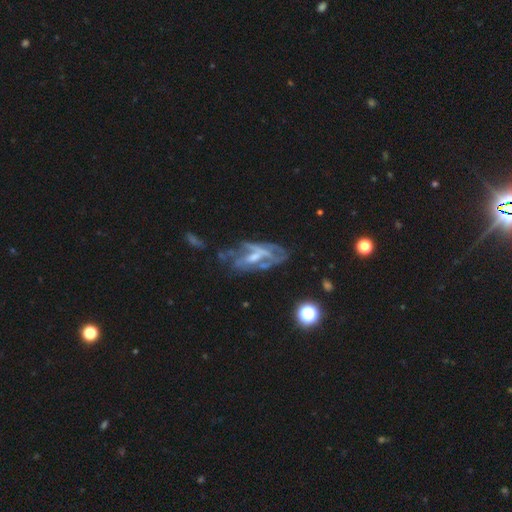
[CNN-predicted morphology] A featured or disk galaxy (75%) with a weak bar (40%), spiral arms (67%) and a small central bulge (44%). Merging: none (44%).